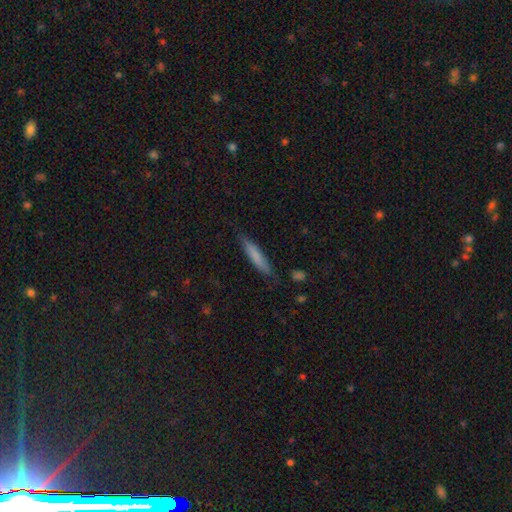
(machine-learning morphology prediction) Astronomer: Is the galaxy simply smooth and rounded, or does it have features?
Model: smooth — 75%.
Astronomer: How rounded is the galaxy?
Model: cigar-shaped — 89%.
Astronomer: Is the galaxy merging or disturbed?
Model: none — 80%.